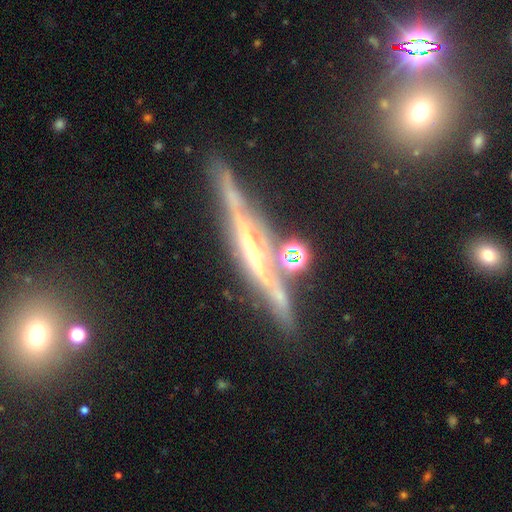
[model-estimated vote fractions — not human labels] The model was most divided on "edge-on bulge": rounded: 42%, none: 33%, boxy: 24%. More confident: edge-on disk — yes (93%); smooth or featured — featured or disk (75%); merging — none (75%).